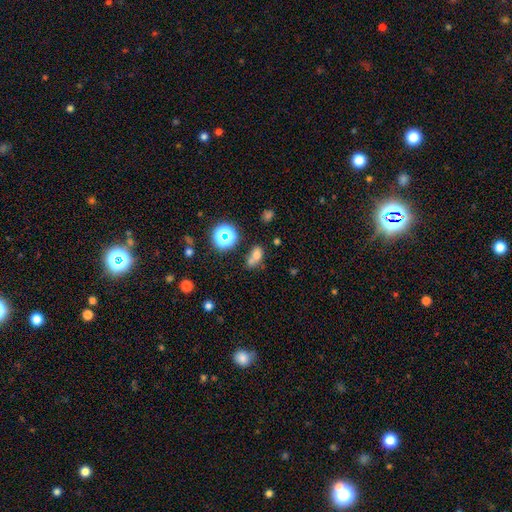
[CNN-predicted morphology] This appears to be a smooth galaxy with no disk features (67%) that is in between round and cigar-shaped (64%). Merging: none (41%).